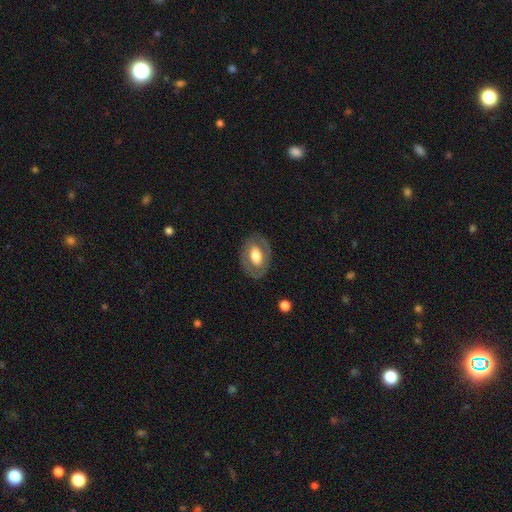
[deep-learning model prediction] Morphology: type=featured or disk (51%); edge-on=no (93%); merging=none (80%).